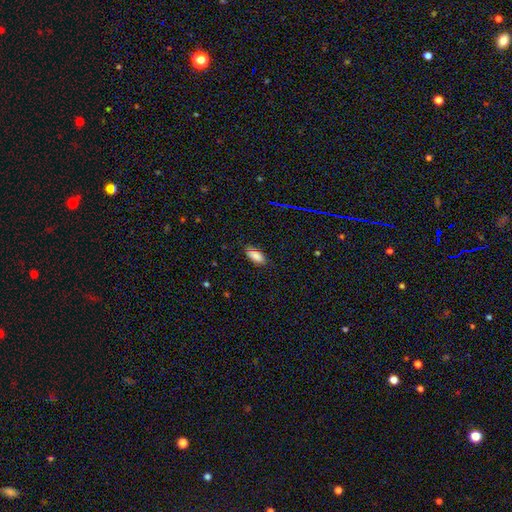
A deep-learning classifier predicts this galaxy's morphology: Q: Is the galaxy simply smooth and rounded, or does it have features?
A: smooth — 83%.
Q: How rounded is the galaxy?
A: in between — 88%.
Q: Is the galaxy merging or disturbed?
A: none — 77%.